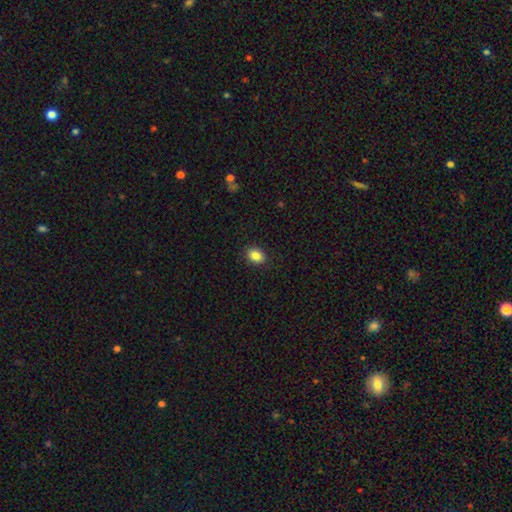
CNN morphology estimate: Smooth or featured? smooth (87%)
How rounded? in between (69%)
Merging? none (89%)